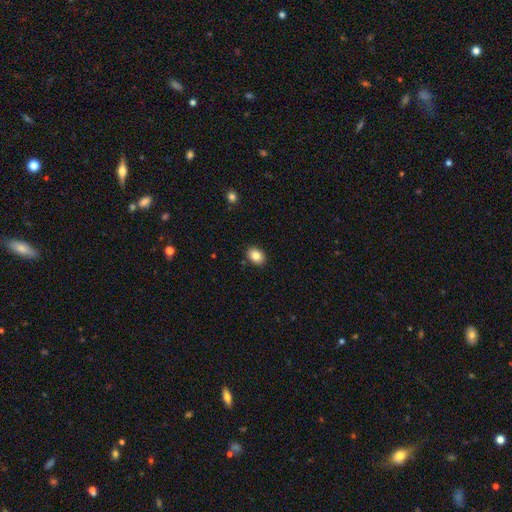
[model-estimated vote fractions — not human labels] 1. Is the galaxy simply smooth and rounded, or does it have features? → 85% smooth, 9% star or artifact, 7% featured or disk.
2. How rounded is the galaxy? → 69% in between, 30% round, 1% cigar-shaped.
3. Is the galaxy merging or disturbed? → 89% none, 8% minor disturbance, 2% major disturbance, 1% merger.